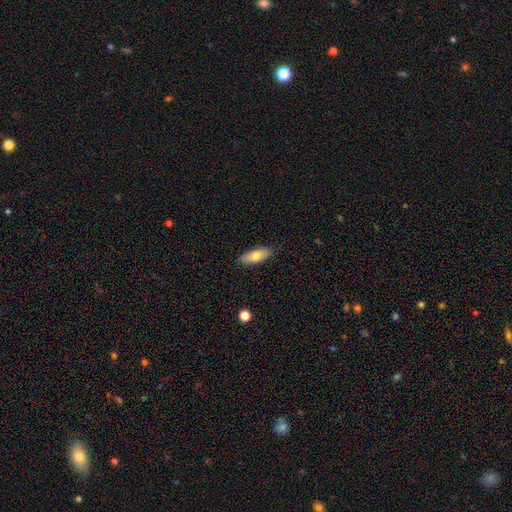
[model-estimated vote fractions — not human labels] Smooth or featured? smooth (77%)
How rounded? in between (71%)
Merging? none (85%)